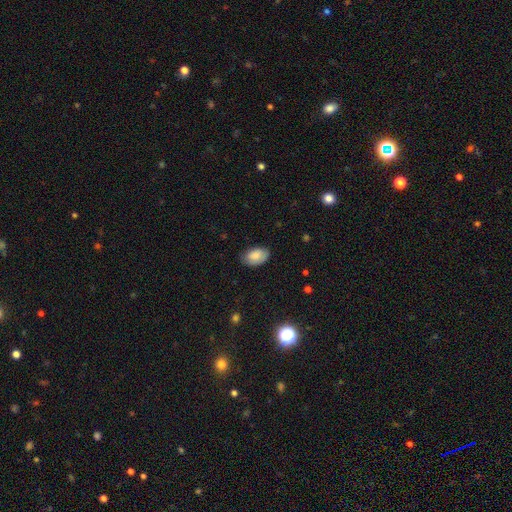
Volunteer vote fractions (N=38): Volunteers were most divided on "smooth or featured": smooth: 84%, featured or disk: 11%, star or artifact: 5%. More confident: how rounded — in between (97%); merging — none (89%).